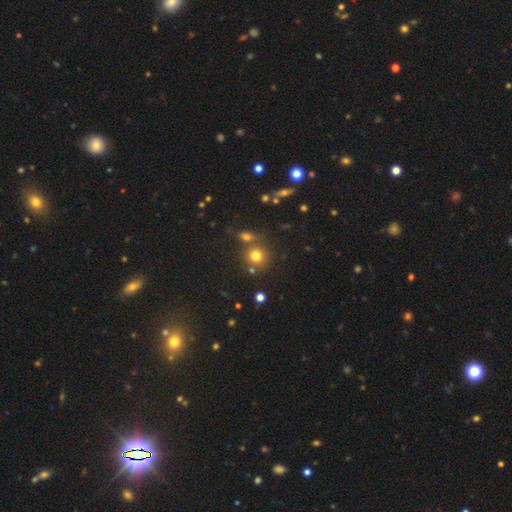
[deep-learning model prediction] Morphology: type=smooth (74%); roundness=round (88%); merging=none (68%).